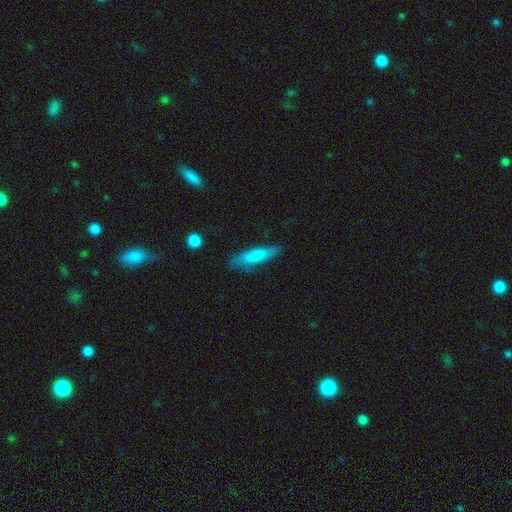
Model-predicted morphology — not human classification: The model was most divided on "how rounded": cigar-shaped: 72%, in between: 26%, round: 2%. More confident: smooth or featured — smooth (78%); merging — none (74%).